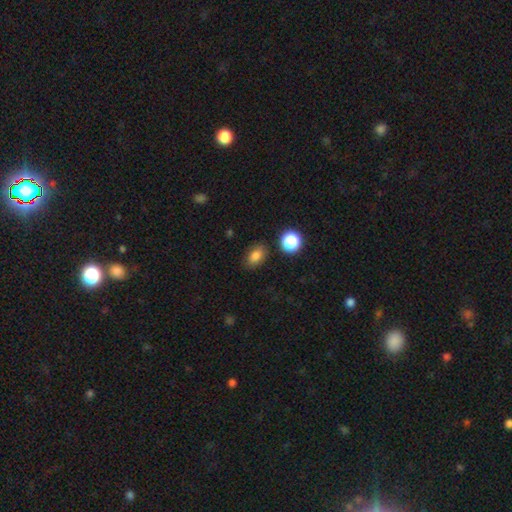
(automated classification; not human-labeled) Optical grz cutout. It shows a smooth galaxy with no disk features (83%) that is in between round and cigar-shaped (80%). Merging: none (82%).